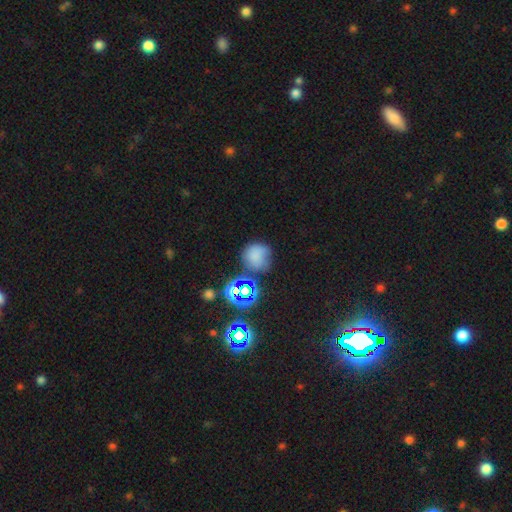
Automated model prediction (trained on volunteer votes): smooth_or_featured: smooth (p=0.63) [alt: star or artifact p=0.24]
how_rounded: round (p=0.85) [alt: in between p=0.14]
merging: none (p=0.55) [alt: minor disturbance p=0.23]